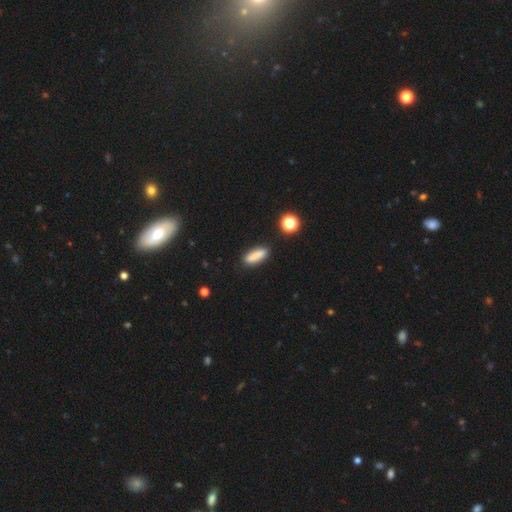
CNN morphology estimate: smooth 84%, star or artifact 9%, featured or disk 8%. Down the decision tree: how rounded — cigar-shaped (55%); merging — none (84%).